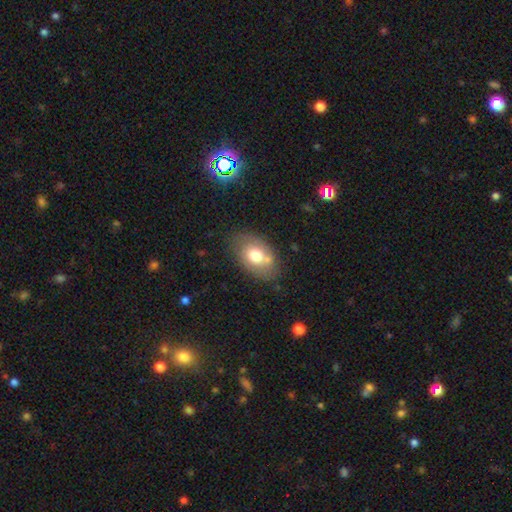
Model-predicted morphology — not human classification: smooth_or_featured: smooth (p=0.69) [alt: featured or disk p=0.23]
how_rounded: in between (p=0.84) [alt: round p=0.15]
merging: none (p=0.66) [alt: minor disturbance p=0.20]